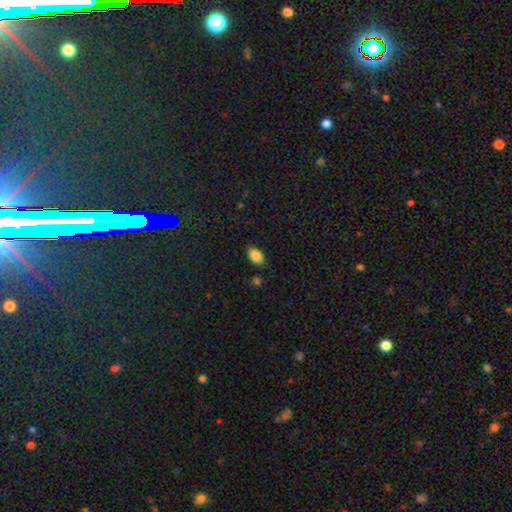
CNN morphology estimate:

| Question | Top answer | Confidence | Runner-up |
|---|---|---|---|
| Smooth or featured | smooth | 86% | star or artifact (8%) |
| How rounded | in between | 90% | round (8%) |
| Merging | none | 83% | minor disturbance (12%) |